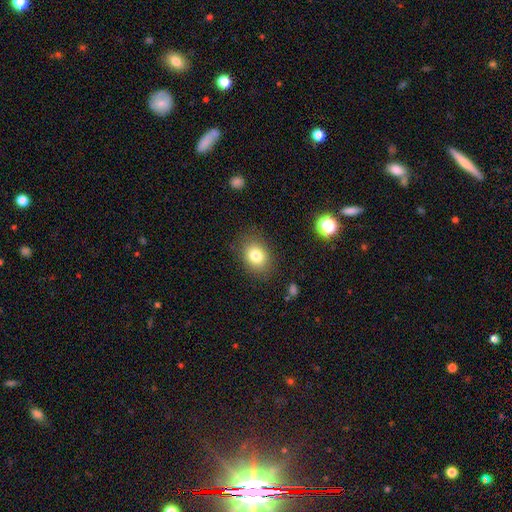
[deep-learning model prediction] A smooth galaxy with no disk features (80%) that is in between round and cigar-shaped (56%).

Vote fractions:
- Smooth or featured? smooth: 80% / star or artifact: 10% / featured or disk: 9%
- How rounded? in between: 56% / round: 43% / cigar-shaped: 1%
- Merging? none: 82% / minor disturbance: 12% / major disturbance: 4% / merger: 1%